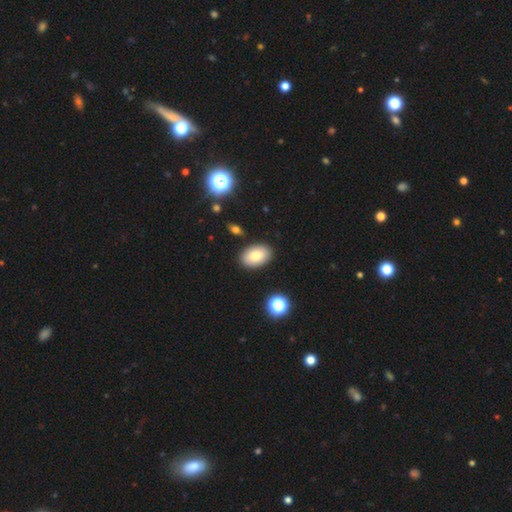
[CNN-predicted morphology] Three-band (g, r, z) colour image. It shows a smooth galaxy with no disk features (82%) that is in between round and cigar-shaped (90%). Merging: none (87%).